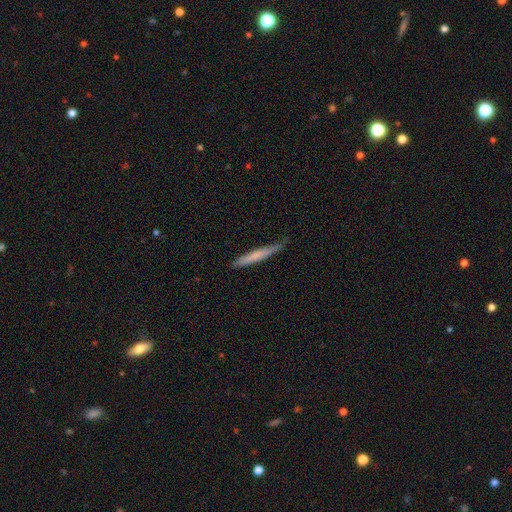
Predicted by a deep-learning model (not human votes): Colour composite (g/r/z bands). It shows a smooth galaxy with no disk features (64%) that is cigar-shaped (96%). Merging: none (78%).